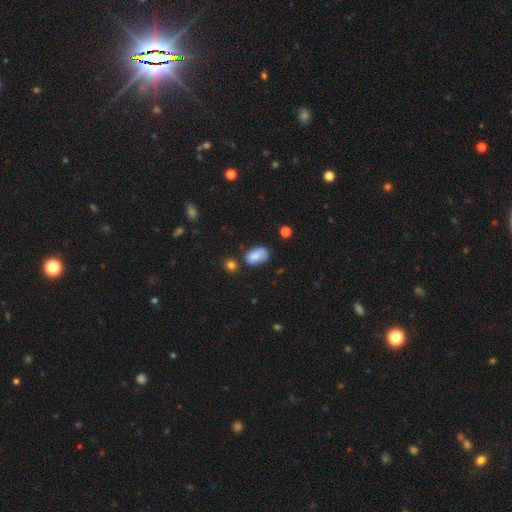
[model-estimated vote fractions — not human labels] Overall: smooth (81%). How rounded: in between (87%). Merging: none (47%; minor disturbance 33%).